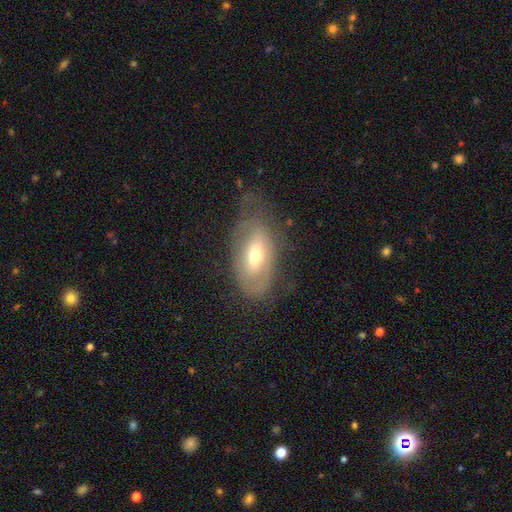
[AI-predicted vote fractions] A featured or disk galaxy (50%).

Vote fractions:
- Smooth or featured? featured or disk: 50% / smooth: 42% / star or artifact: 8%
- Edge-on disk? no: 88% / yes: 12%
- Merging? none: 52% / minor disturbance: 28% / major disturbance: 19% / merger: 2%